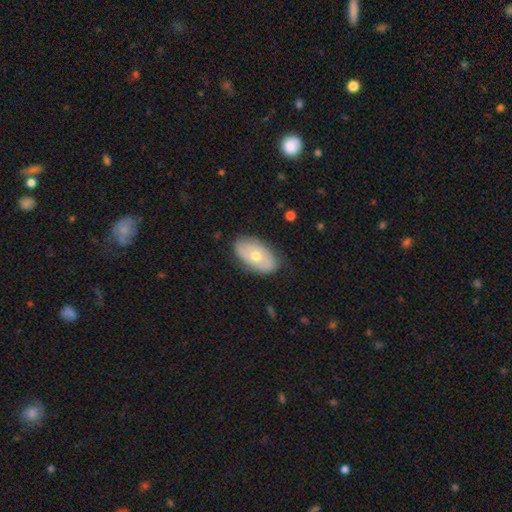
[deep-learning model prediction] A featured or disk galaxy (50%).

Vote fractions:
- Smooth or featured? featured or disk: 50% / smooth: 44% / star or artifact: 6%
- Merging? none: 81% / minor disturbance: 15% / major disturbance: 3% / merger: 1%